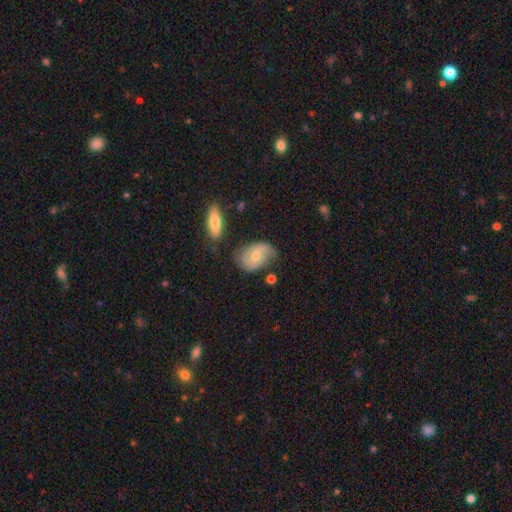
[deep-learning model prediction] The model was most divided on "smooth or featured": featured or disk: 50%, smooth: 44%, star or artifact: 7%. More confident: merging — none (52%).